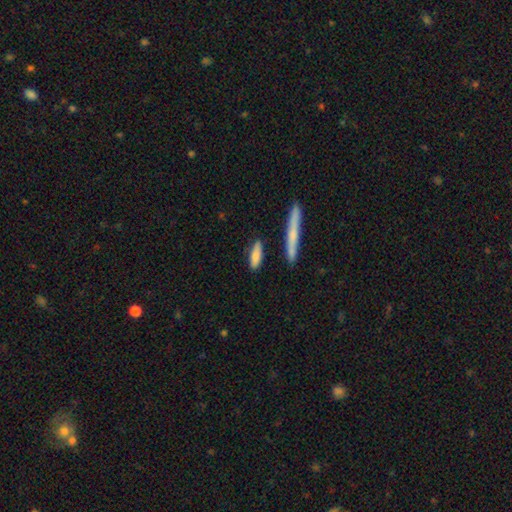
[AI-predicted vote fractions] Smooth or featured? smooth (83%)
How rounded? cigar-shaped (50%)
Merging? none (81%)